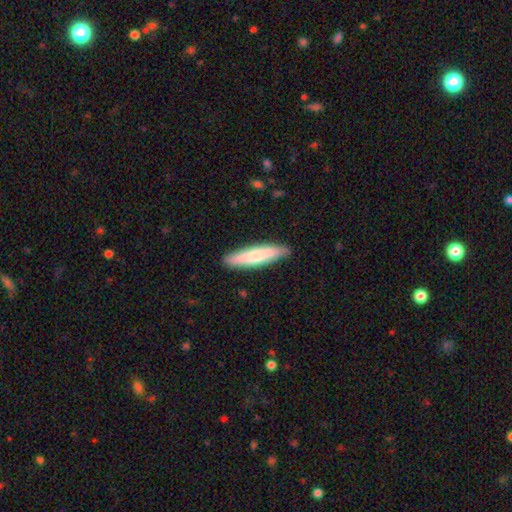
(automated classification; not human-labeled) Smooth or featured? smooth (69%)
How rounded? cigar-shaped (81%)
Merging? none (88%)